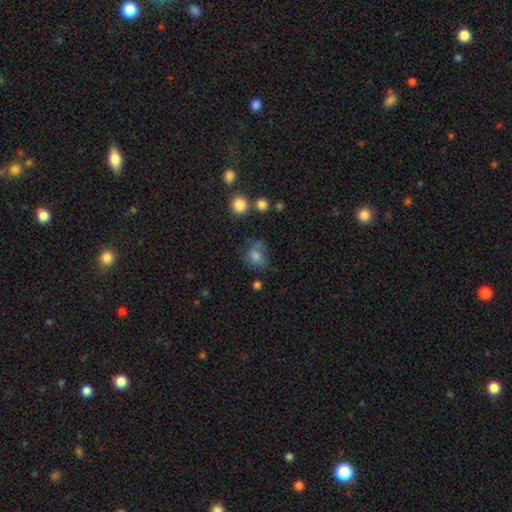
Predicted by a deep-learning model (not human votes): Smooth or featured?
  - smooth: 67% *
  - featured or disk: 18%
  - star or artifact: 15%
How rounded?
  - in between: 50% *
  - round: 49%
  - cigar-shaped: 1%
Merging?
  - none: 47% *
  - minor disturbance: 29%
  - major disturbance: 19%
  - merger: 5%